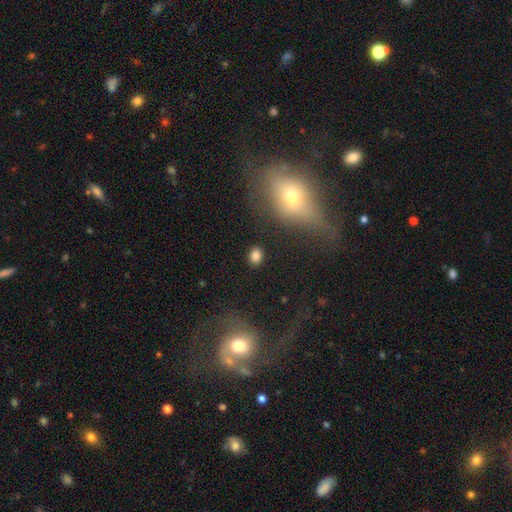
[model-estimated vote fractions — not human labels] Q: Smooth or featured?
A: smooth (83%); runner-up: star or artifact (11%)
Q: How rounded?
A: in between (56%); runner-up: round (43%)
Q: Merging?
A: none (87%); runner-up: minor disturbance (8%)